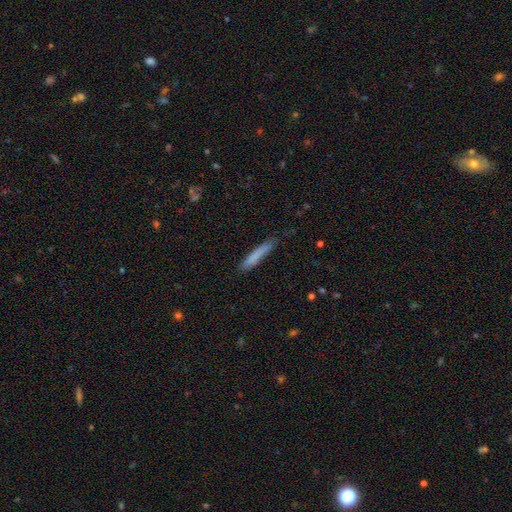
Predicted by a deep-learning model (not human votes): Smooth or featured: smooth — 78% (featured or disk — 15%)
How rounded: cigar-shaped — 94% (in between — 5%)
Merging: none — 79% (minor disturbance — 17%)